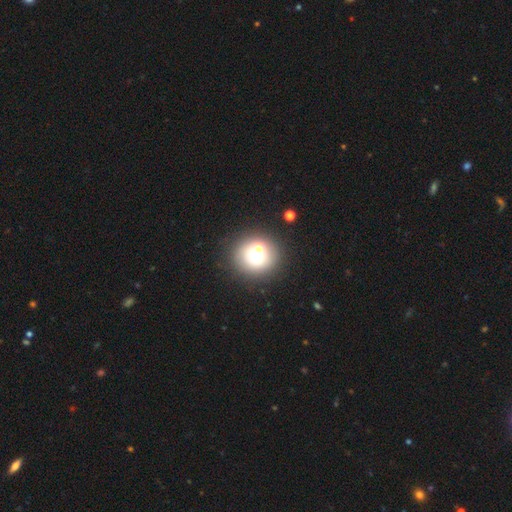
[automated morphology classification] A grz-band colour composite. It shows a smooth galaxy with no disk features (63%) that is round (89%). Merging: none (61%).